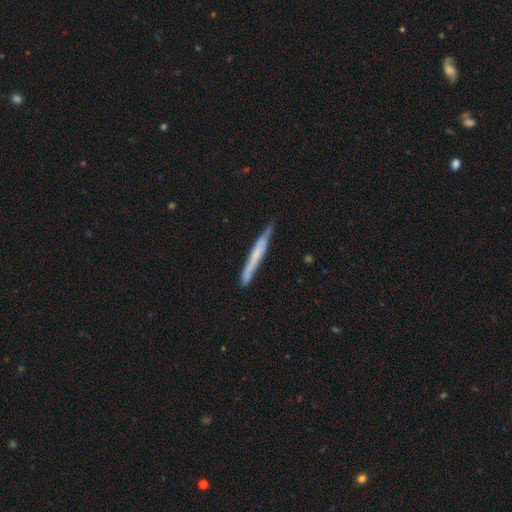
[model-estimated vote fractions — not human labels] Smooth or featured?
  - smooth: 47% * (tied)
  - featured or disk: 47% * (tied)
  - star or artifact: 6%
Merging?
  - none: 76% *
  - minor disturbance: 19%
  - major disturbance: 3%
  - merger: 2%